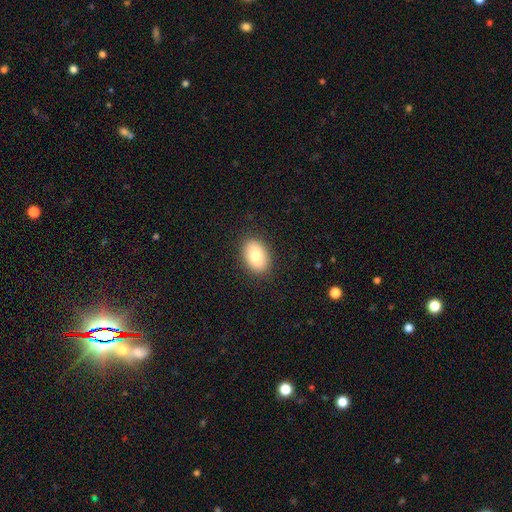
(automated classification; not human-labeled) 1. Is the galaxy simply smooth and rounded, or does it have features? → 79% smooth, 13% featured or disk, 8% star or artifact.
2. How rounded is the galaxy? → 81% in between, 18% round, 1% cigar-shaped.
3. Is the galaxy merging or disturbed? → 88% none, 8% minor disturbance, 2% major disturbance, 1% merger.